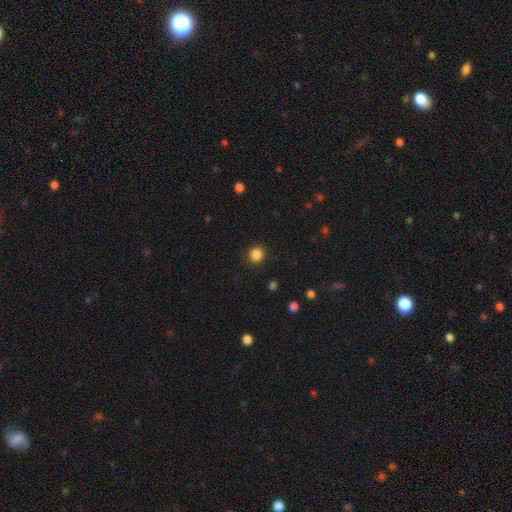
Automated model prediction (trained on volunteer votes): Smooth or featured?
  - smooth: 86% *
  - star or artifact: 11%
  - featured or disk: 3%
How rounded?
  - round: 91% *
  - in between: 8%
  - cigar-shaped: 1%
Merging?
  - none: 91% *
  - minor disturbance: 6%
  - major disturbance: 2%
  - merger: 1%